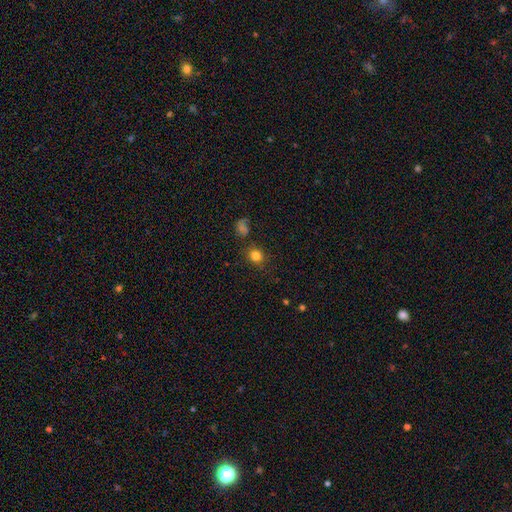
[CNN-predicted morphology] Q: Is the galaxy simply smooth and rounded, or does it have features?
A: smooth — 80%.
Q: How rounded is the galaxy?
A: round — 83%.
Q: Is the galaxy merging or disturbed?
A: none — 82%.